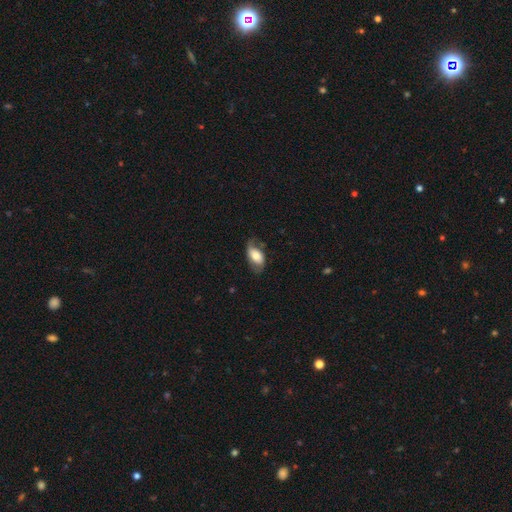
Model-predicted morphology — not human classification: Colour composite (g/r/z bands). It shows a smooth galaxy with no disk features (52%) that is in between round and cigar-shaped (91%). Merging: none (59%).